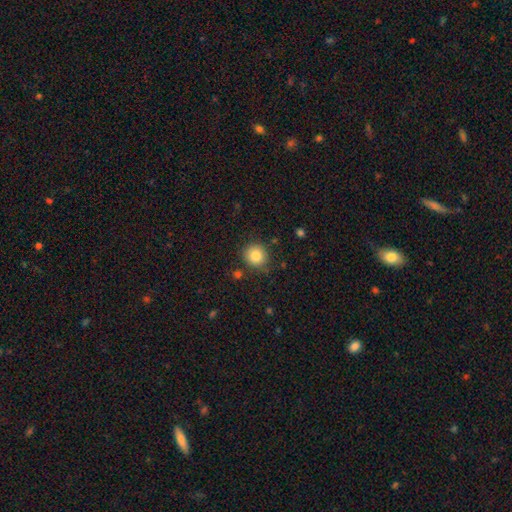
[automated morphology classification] smooth_or_featured: smooth (p=0.84) [alt: star or artifact p=0.10]
how_rounded: round (p=0.88) [alt: in between p=0.11]
merging: none (p=0.84) [alt: minor disturbance p=0.11]